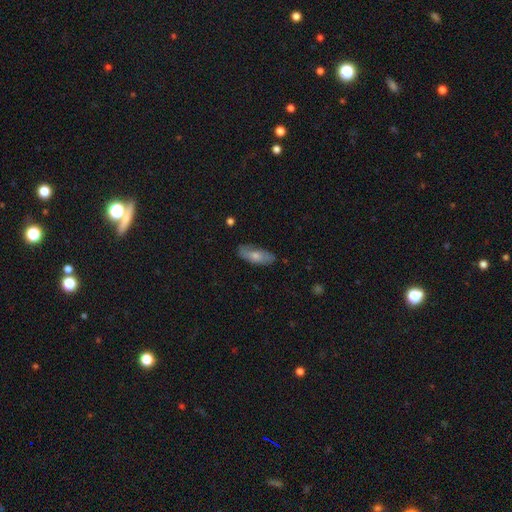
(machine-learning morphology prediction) Smooth or featured? Predicted: smooth (p=0.69). How rounded? Predicted: in between (p=0.72). Merging? Predicted: none (p=0.71).